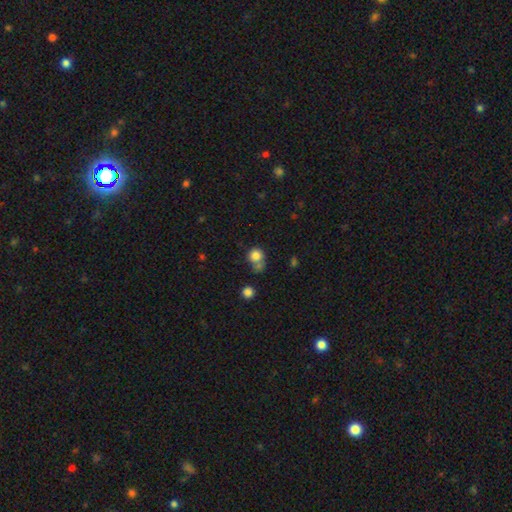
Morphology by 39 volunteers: Smooth or featured? smooth (82%)
How rounded? round (88%)
Merging? merger (49%)